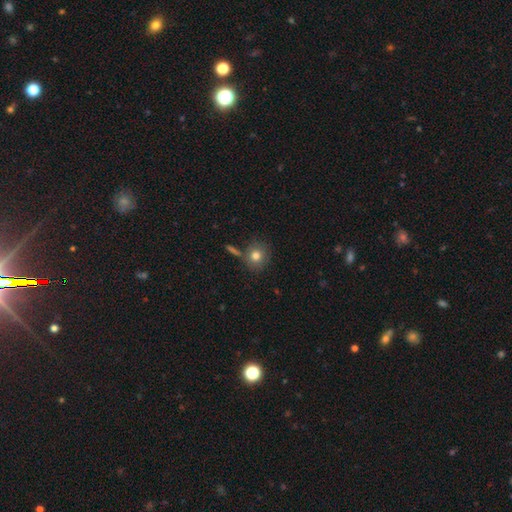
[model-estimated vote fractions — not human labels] Smooth or featured? smooth (79%)
How rounded? round (84%)
Merging? none (74%)